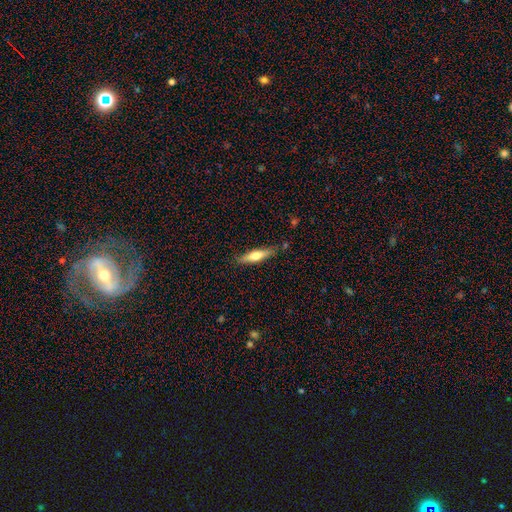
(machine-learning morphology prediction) Smooth or featured: smooth — 57% (featured or disk — 37%)
How rounded: cigar-shaped — 73% (in between — 25%)
Merging: none — 79% (minor disturbance — 15%)